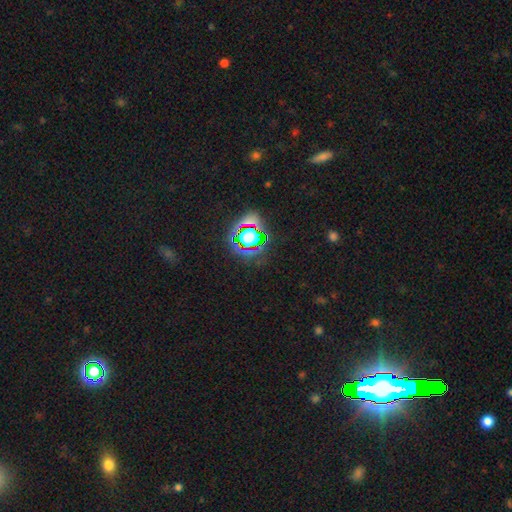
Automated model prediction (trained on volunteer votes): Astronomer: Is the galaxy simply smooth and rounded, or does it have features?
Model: star or artifact — 77%.